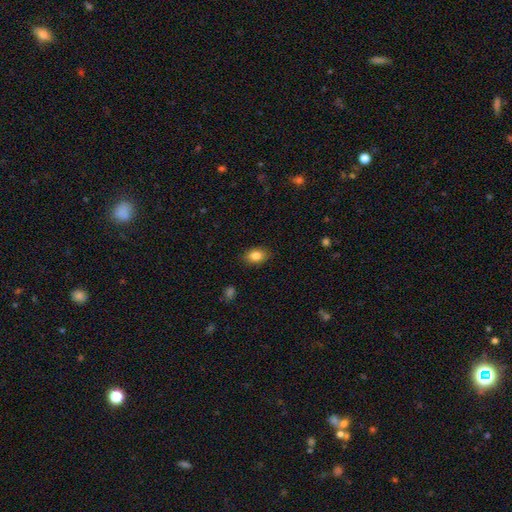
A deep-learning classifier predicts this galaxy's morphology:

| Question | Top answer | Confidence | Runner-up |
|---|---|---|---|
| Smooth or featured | smooth | 84% | star or artifact (8%) |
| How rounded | in between | 80% | round (18%) |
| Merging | none | 86% | minor disturbance (11%) |